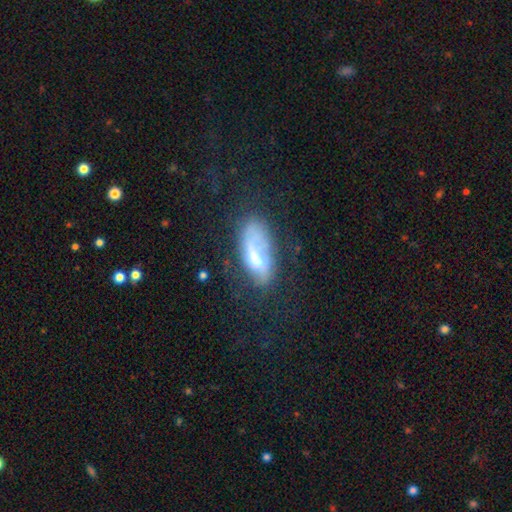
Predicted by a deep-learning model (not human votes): smooth-or-featured: smooth: 50% | featured or disk: 41% | star or artifact: 9%
  merging: none: 42% | minor disturbance: 27% | major disturbance: 23% | merger: 7%